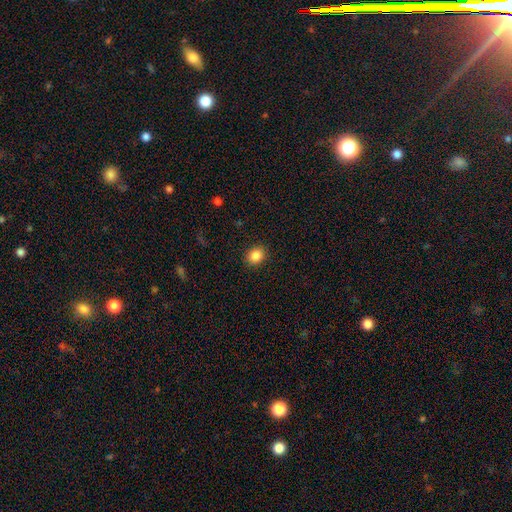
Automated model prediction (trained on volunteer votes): Morphology: type=smooth (86%); roundness=round (66%); merging=none (90%).